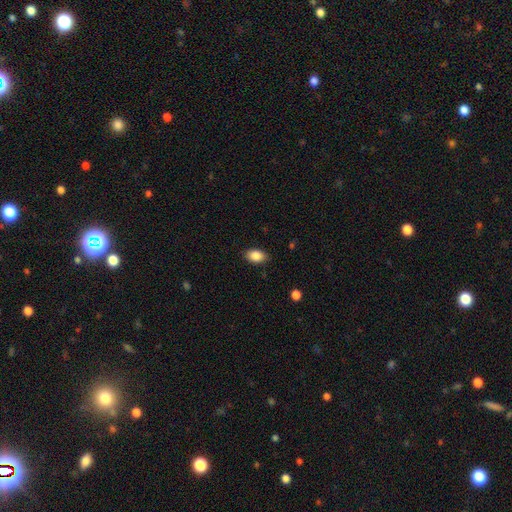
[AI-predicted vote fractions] Smooth or featured? smooth (87%)
How rounded? in between (86%)
Merging? none (86%)